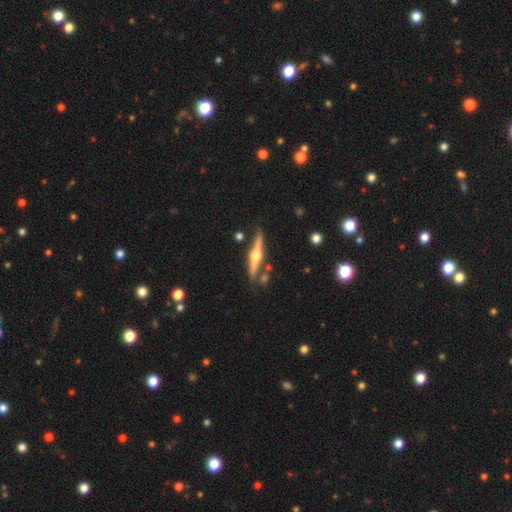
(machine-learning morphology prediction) Overall: featured or disk (77%). Edge-on disk: yes (98%). Edge-on bulge: rounded (96%). Merging: none (81%).